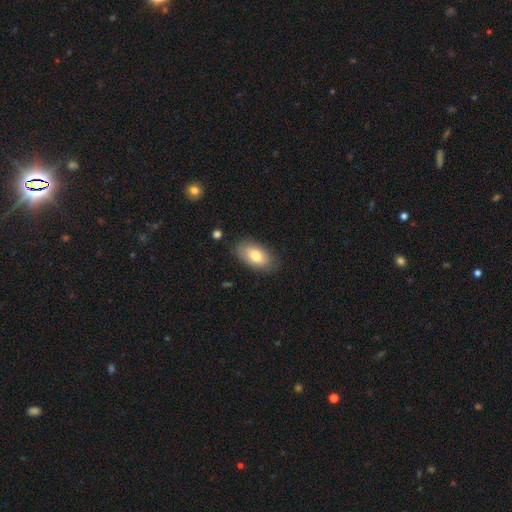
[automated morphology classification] smooth-or-featured: smooth: 75% | featured or disk: 18% | star or artifact: 7%
  how-rounded: in between: 93% | round: 4% | cigar-shaped: 3%
  merging: none: 80% | minor disturbance: 15% | major disturbance: 3% | merger: 2%